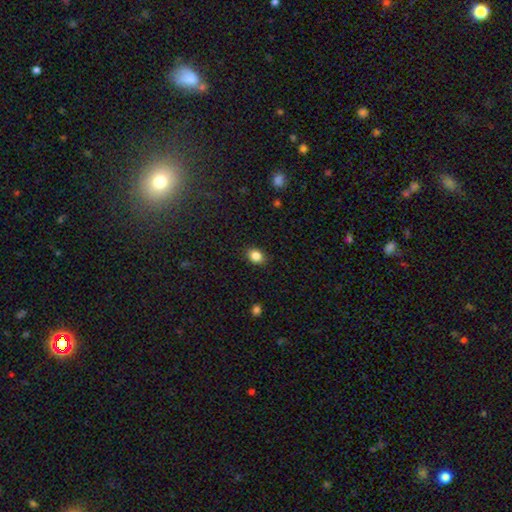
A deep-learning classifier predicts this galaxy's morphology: A smooth galaxy with no disk features (85%) that is in between round and cigar-shaped (54%). Merging: none (88%).